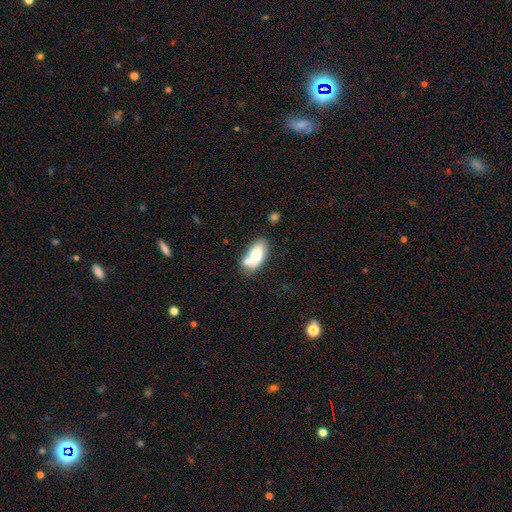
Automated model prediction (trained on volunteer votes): The model was most divided on "merging": none: 42%, merger: 37%, minor disturbance: 16%, major disturbance: 6%. More confident: how rounded — in between (90%); smooth or featured — smooth (67%).